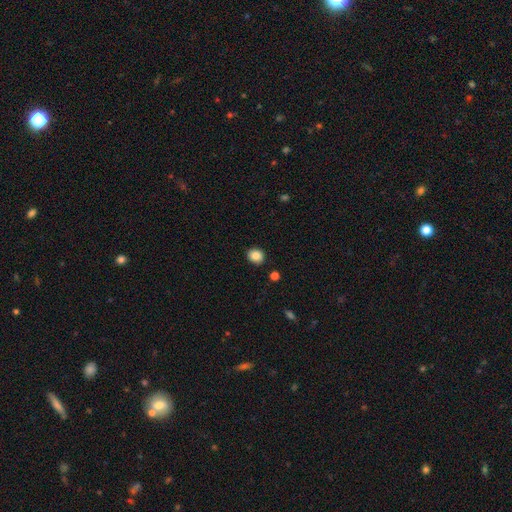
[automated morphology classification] This is clearly a smooth galaxy (86%). How rounded: likely round (73%). Merging: clearly none (90%).